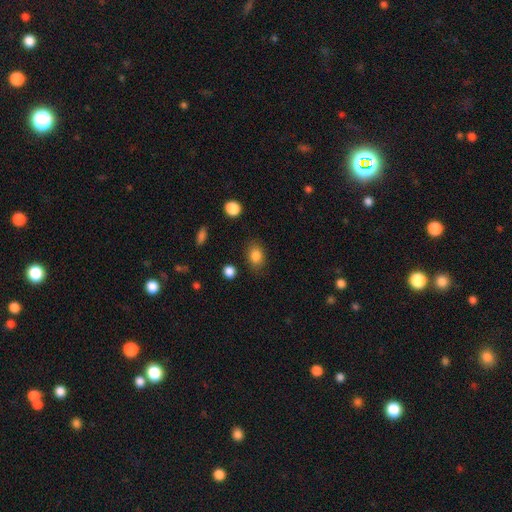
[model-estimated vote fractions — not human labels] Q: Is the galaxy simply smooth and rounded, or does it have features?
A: smooth — 85%.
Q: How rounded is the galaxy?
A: in between — 72%.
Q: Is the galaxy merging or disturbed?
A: none — 81%.